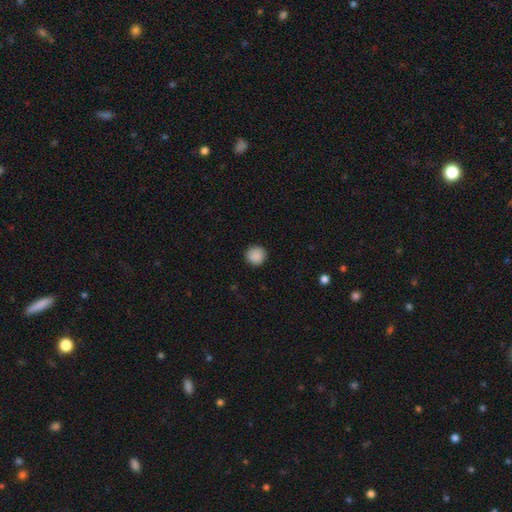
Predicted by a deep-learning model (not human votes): smooth 89%, star or artifact 8%, featured or disk 3%. Down the decision tree: how rounded — round (94%); merging — none (90%).